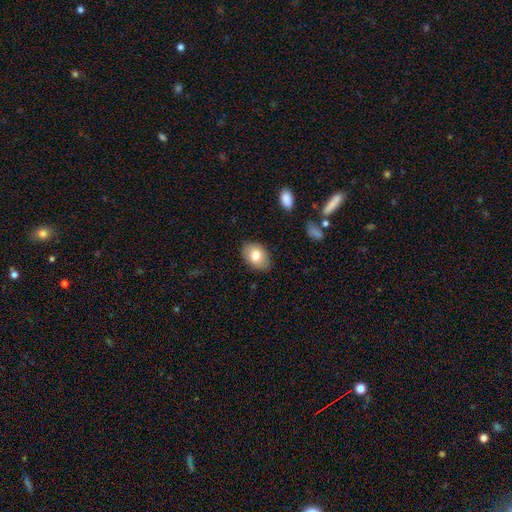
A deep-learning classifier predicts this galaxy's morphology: This appears to be a smooth galaxy with no disk features (78%) that is in between round and cigar-shaped (80%). Merging: none (85%).